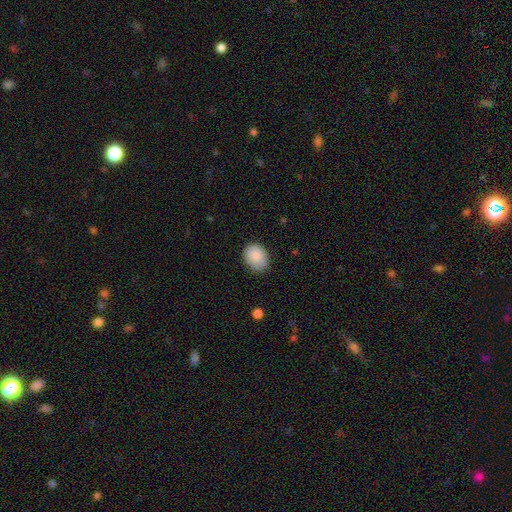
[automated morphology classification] A smooth galaxy with no disk features (88%) that is in between round and cigar-shaped (54%).

Vote fractions:
- Smooth or featured? smooth: 88% / star or artifact: 7% / featured or disk: 5%
- How rounded? in between: 54% / round: 45% / cigar-shaped: 1%
- Merging? none: 78% / minor disturbance: 18% / major disturbance: 3% / merger: 1%